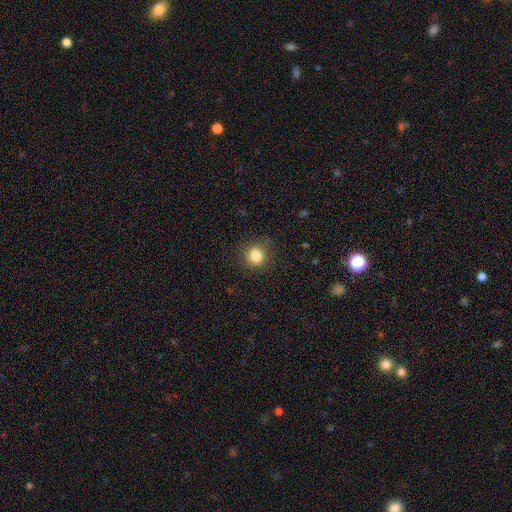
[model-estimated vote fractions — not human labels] A smooth galaxy with no disk features (83%) that is round (90%). Merging: none (87%).